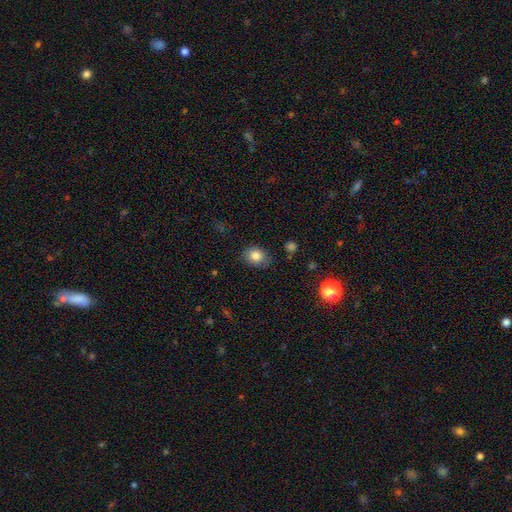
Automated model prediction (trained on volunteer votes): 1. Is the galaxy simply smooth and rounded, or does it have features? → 83% smooth, 10% star or artifact, 7% featured or disk.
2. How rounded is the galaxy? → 51% in between, 48% round, 1% cigar-shaped.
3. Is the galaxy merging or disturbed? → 80% none, 15% minor disturbance, 3% major disturbance, 2% merger.